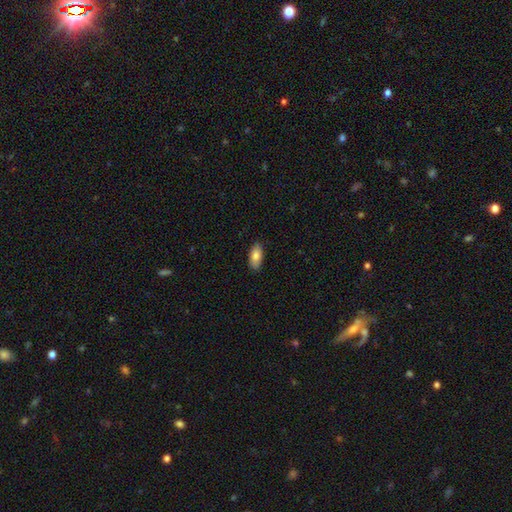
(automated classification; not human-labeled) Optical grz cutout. It shows a smooth galaxy with no disk features (82%) that is in between round and cigar-shaped (90%). Merging: none (88%).